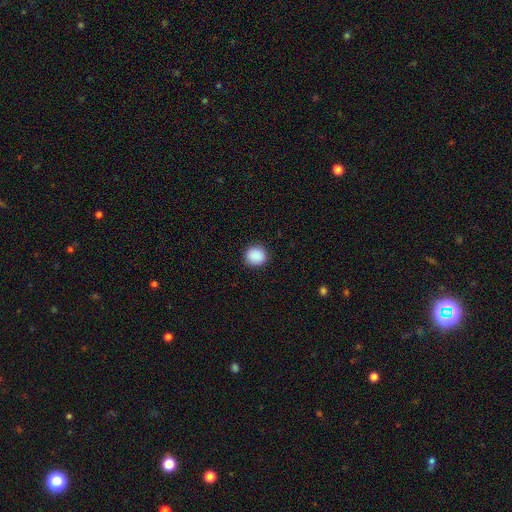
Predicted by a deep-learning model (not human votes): Q: Smooth or featured?
A: smooth (90%); runner-up: star or artifact (8%)
Q: How rounded?
A: round (91%); runner-up: in between (8%)
Q: Merging?
A: none (92%); runner-up: minor disturbance (6%)